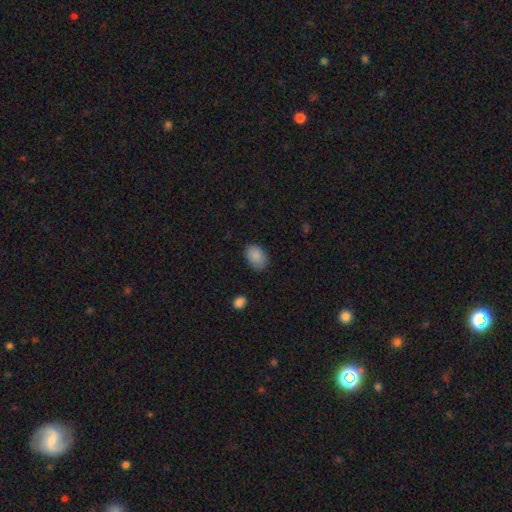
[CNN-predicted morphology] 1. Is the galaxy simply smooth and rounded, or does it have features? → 88% smooth, 8% star or artifact, 4% featured or disk.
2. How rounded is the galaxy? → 82% in between, 17% round, 1% cigar-shaped.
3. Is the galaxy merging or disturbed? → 82% none, 14% minor disturbance, 3% major disturbance, 1% merger.